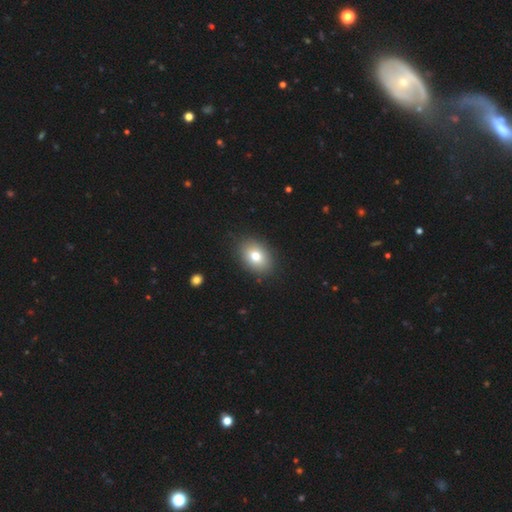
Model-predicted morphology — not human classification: smooth_or_featured: smooth (p=0.78) [alt: featured or disk p=0.13]
how_rounded: in between (p=0.78) [alt: round p=0.21]
merging: none (p=0.87) [alt: minor disturbance p=0.09]